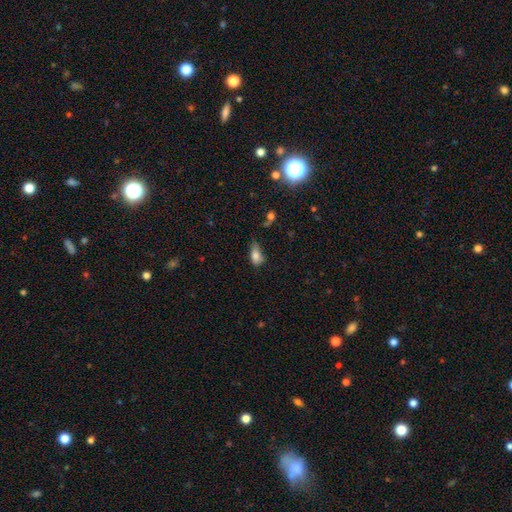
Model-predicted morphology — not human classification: Overall: smooth (78%). How rounded: in between (83%). Merging: minor disturbance (41%; none 30%).